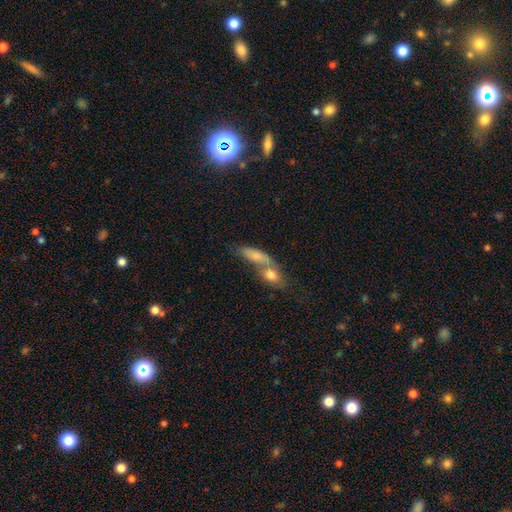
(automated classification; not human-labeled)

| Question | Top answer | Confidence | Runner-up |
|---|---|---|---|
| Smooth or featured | smooth | 72% | featured or disk (21%) |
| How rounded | in between | 60% | cigar-shaped (32%) |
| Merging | merger | 61% | none (26%) |